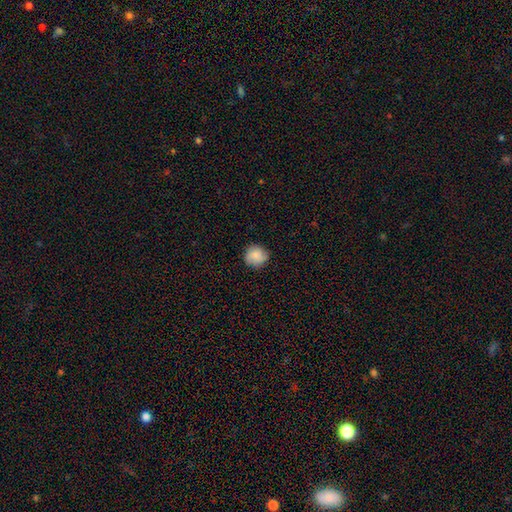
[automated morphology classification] The model was most divided on "merging": none: 83%, minor disturbance: 13%, major disturbance: 3%, merger: 1%. More confident: how rounded — round (90%); smooth or featured — smooth (82%).